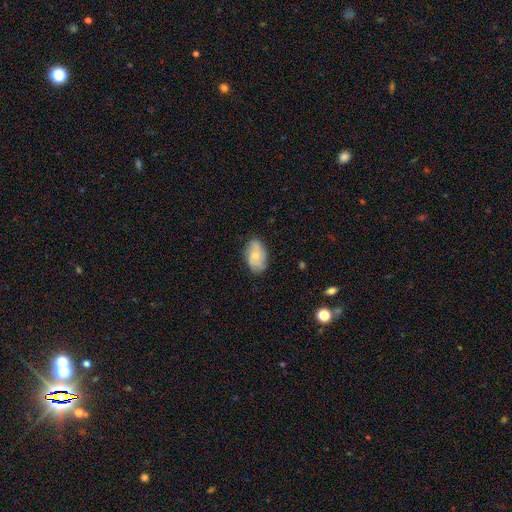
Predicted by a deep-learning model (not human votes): Morphology: type=smooth (53%); roundness=in between (89%); merging=none (75%).